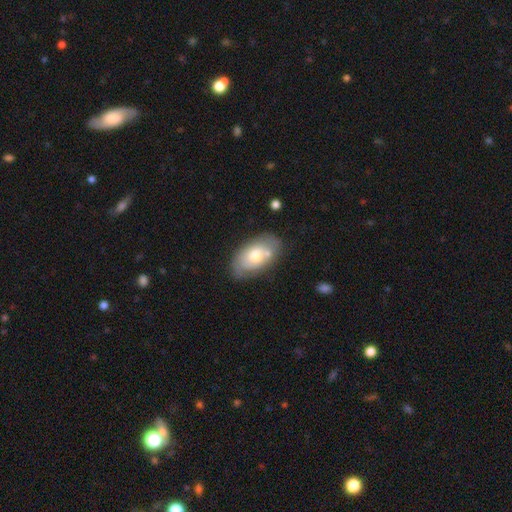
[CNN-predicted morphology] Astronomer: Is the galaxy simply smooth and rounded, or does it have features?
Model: smooth — 63%.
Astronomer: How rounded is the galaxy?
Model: in between — 92%.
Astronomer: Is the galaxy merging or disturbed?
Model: none — 65%.